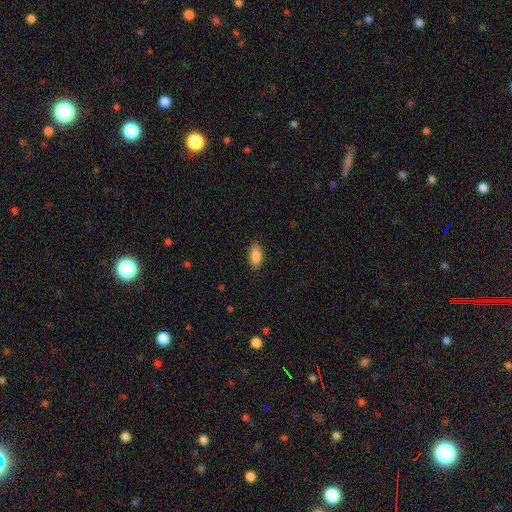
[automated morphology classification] smooth-or-featured: smooth: 86% | star or artifact: 7% | featured or disk: 7%
  how-rounded: in between: 91% | cigar-shaped: 7% | round: 3%
  merging: none: 87% | minor disturbance: 10% | major disturbance: 2% | merger: 1%